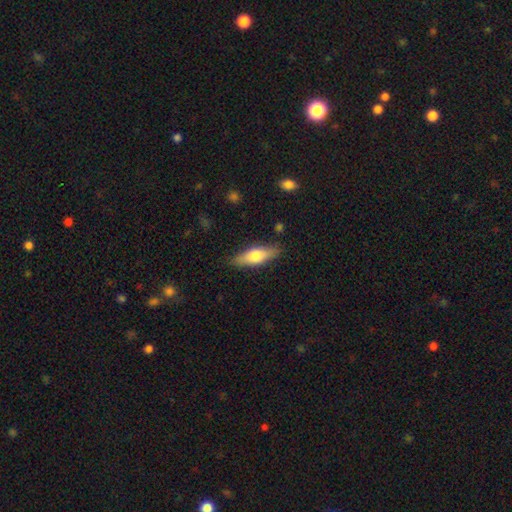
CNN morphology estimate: smooth_or_featured: smooth (p=0.59) [alt: featured or disk p=0.35]
how_rounded: in between (p=0.51) [alt: cigar-shaped p=0.46]
merging: none (p=0.85) [alt: minor disturbance p=0.11]